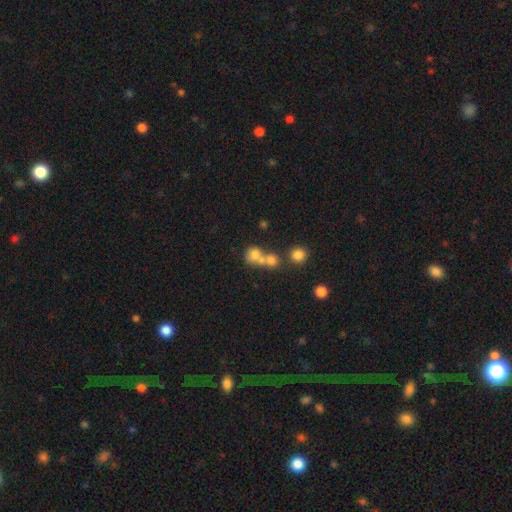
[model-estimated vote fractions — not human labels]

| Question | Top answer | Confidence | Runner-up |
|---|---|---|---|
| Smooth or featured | smooth | 70% | featured or disk (16%) |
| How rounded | round | 73% | in between (25%) |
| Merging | merger | 59% | none (29%) |